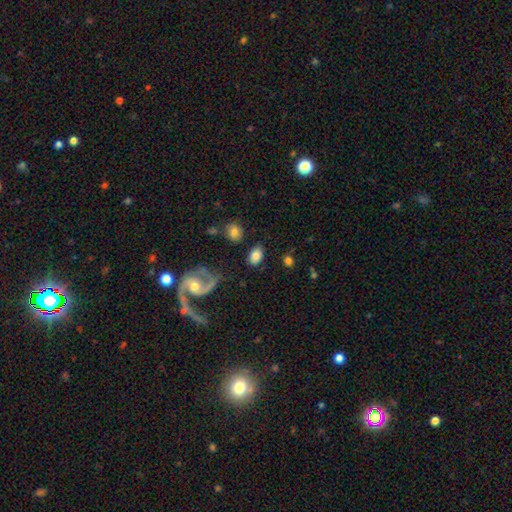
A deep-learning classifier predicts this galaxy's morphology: smooth_or_featured: smooth (p=0.77) [alt: featured or disk p=0.15]
how_rounded: in between (p=0.83) [alt: round p=0.16]
merging: none (p=0.79) [alt: minor disturbance p=0.12]